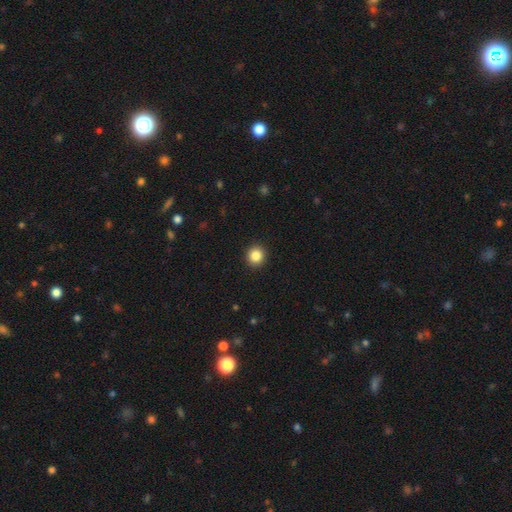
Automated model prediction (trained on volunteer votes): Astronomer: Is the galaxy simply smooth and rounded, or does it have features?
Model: smooth — 86%.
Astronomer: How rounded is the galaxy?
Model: round — 92%.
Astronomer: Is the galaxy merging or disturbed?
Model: none — 93%.